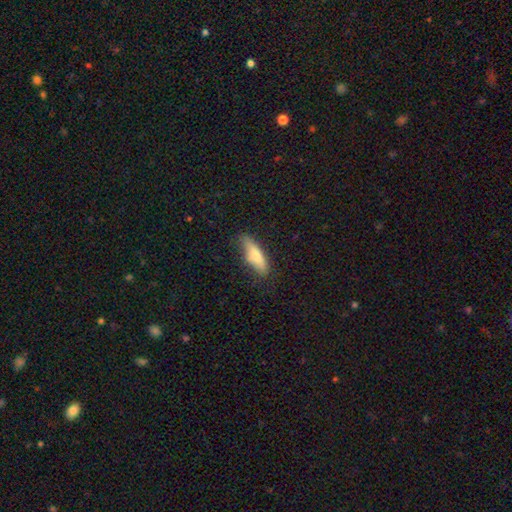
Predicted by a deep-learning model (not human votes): Smooth or featured? Predicted: smooth (p=0.70). How rounded? Predicted: cigar-shaped (p=0.57). Merging? Predicted: none (p=0.72).